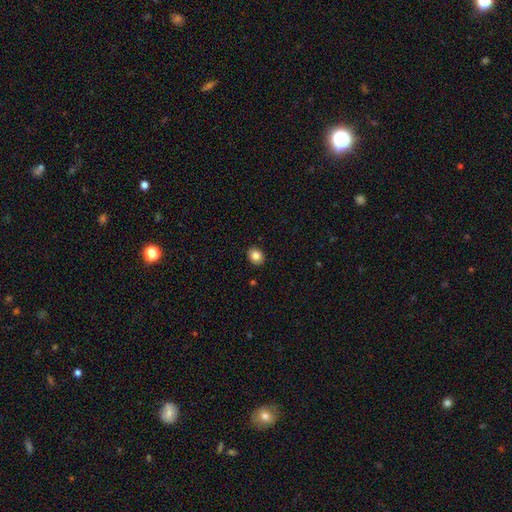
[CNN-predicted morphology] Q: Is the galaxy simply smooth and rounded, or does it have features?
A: smooth — 84%.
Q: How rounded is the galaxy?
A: round — 61%.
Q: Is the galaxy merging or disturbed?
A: none — 90%.